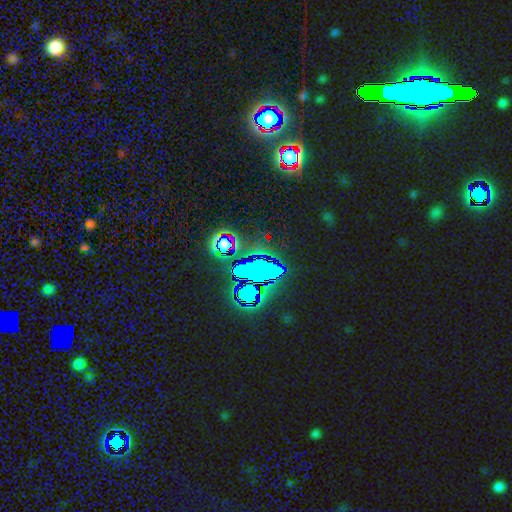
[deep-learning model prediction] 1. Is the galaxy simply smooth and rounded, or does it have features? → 85% star or artifact, 9% smooth, 6% featured or disk.